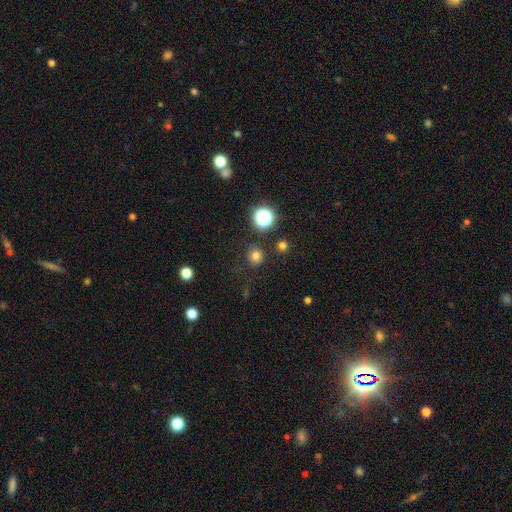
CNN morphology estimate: The model was most divided on "smooth or featured": smooth: 73%, star or artifact: 20%, featured or disk: 7%. More confident: how rounded — round (88%); merging — none (81%).